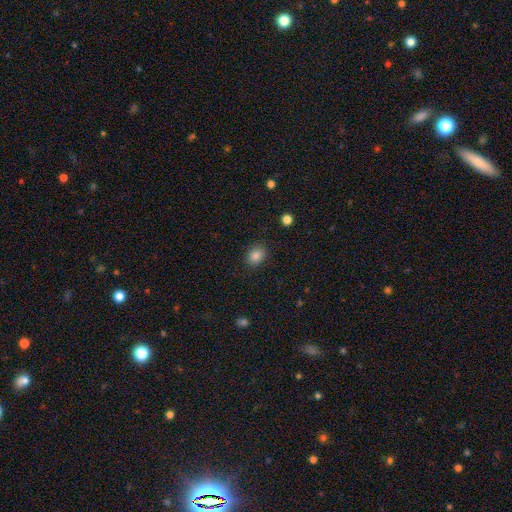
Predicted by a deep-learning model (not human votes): Smooth or featured? smooth (85%)
How rounded? round (54%)
Merging? none (87%)